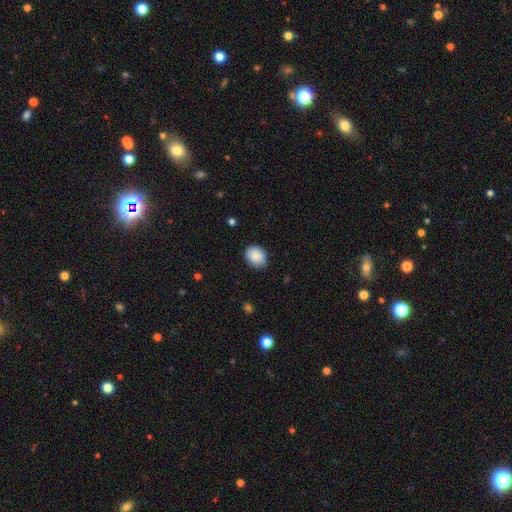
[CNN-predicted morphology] Smooth or featured? smooth (88%)
How rounded? in between (60%)
Merging? none (82%)